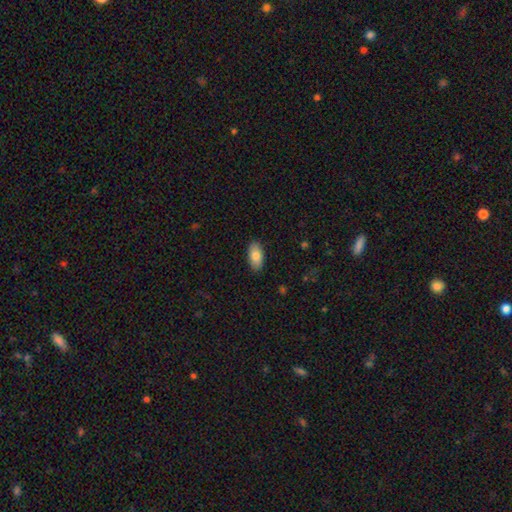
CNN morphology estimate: The model was most divided on "smooth or featured": smooth: 80%, featured or disk: 13%, star or artifact: 7%. More confident: how rounded — in between (93%); merging — none (89%).